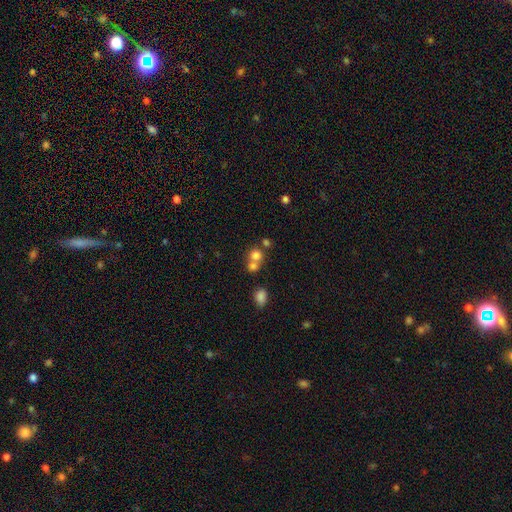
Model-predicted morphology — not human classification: Q: Smooth or featured?
A: smooth (76%); runner-up: star or artifact (13%)
Q: How rounded?
A: round (81%); runner-up: in between (18%)
Q: Merging?
A: merger (50%); runner-up: none (41%)